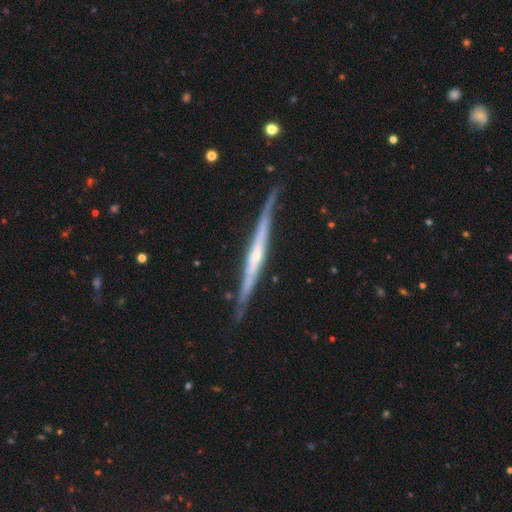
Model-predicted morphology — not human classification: Smooth or featured? featured or disk (80%)
Edge-on disk? yes (96%)
Edge-on bulge? rounded (50%)
Merging? none (80%)